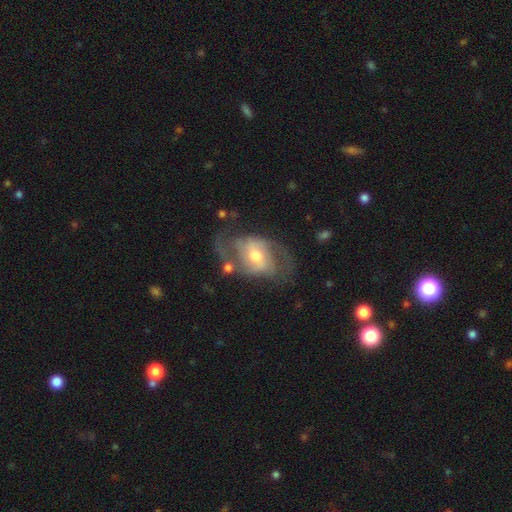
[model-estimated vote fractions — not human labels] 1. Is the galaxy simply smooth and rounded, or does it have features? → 82% featured or disk, 12% smooth, 6% star or artifact.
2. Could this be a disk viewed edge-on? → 96% no, 4% yes.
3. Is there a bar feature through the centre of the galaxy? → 48% weak, 33% no, 19% strong.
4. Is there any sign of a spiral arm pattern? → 91% yes, 9% no.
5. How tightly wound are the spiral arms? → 51% medium, 27% loose, 22% tight.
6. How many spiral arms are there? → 80% 2, 9% can't tell, 5% 3, 3% 1, 2% 4, 1% more than 4.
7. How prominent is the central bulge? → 63% moderate, 28% small, 7% large, 1% none, 1% dominant.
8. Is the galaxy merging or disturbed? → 60% none, 19% minor disturbance, 16% major disturbance, 4% merger.